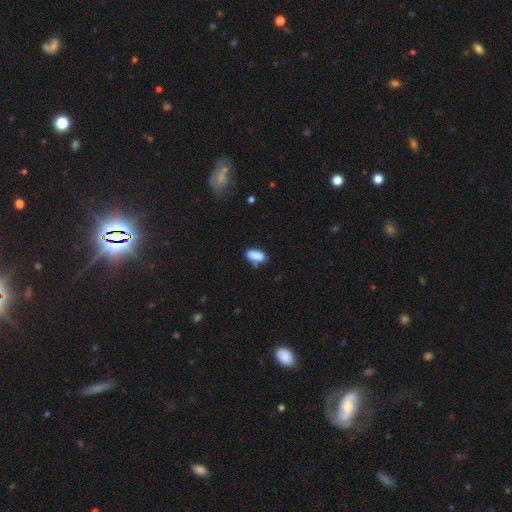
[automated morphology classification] Q: Smooth or featured?
A: smooth (85%); runner-up: star or artifact (8%)
Q: How rounded?
A: in between (73%); runner-up: cigar-shaped (24%)
Q: Merging?
A: none (67%); runner-up: minor disturbance (20%)